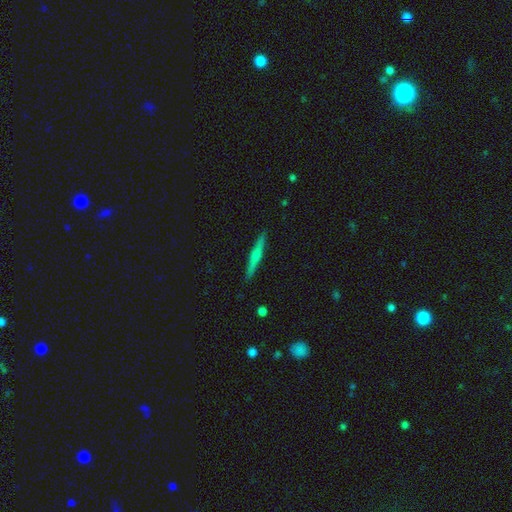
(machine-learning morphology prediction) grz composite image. It shows a featured or disk galaxy (48%). Merging: none (91%).